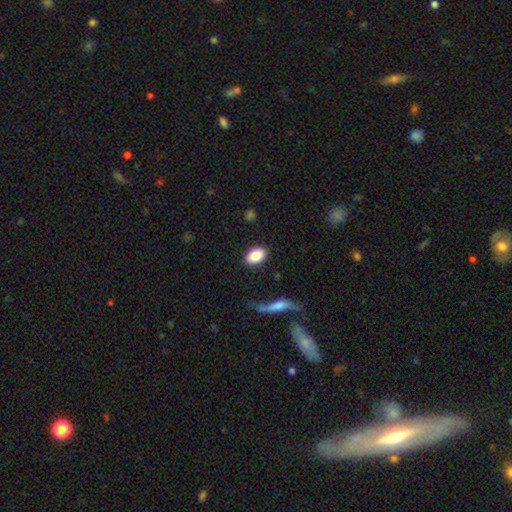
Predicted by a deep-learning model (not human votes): Smooth or featured?
  - smooth: 84% *
  - featured or disk: 9%
  - star or artifact: 7%
How rounded?
  - in between: 88% *
  - round: 10%
  - cigar-shaped: 2%
Merging?
  - none: 85% *
  - minor disturbance: 9%
  - major disturbance: 3%
  - merger: 2%